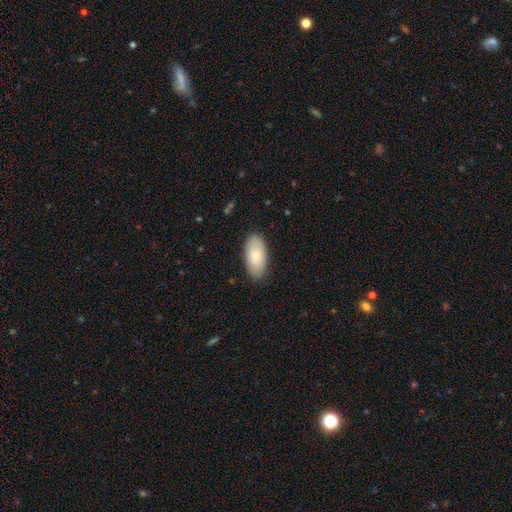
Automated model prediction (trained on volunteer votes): Smooth or featured? smooth (80%)
How rounded? in between (94%)
Merging? none (85%)